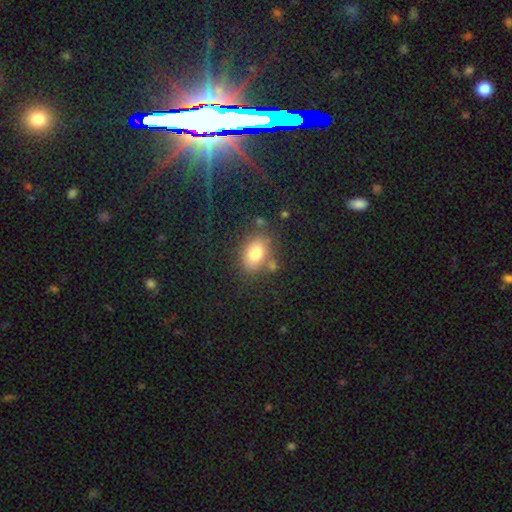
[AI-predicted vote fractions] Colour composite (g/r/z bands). It shows a smooth galaxy with no disk features (78%) that is in between round and cigar-shaped (80%). Merging: none (71%).